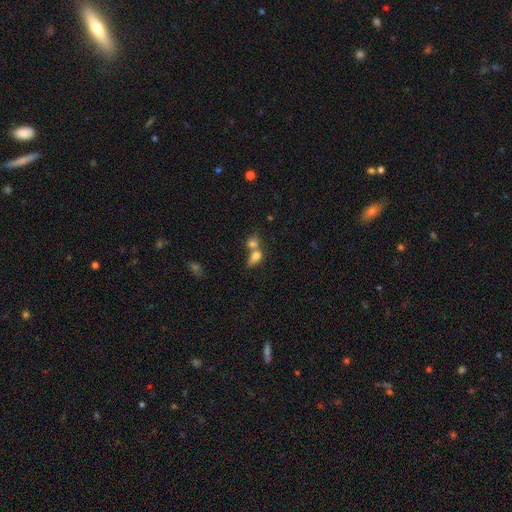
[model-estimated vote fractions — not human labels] smooth-or-featured: smooth: 74% | featured or disk: 16% | star or artifact: 10%
  how-rounded: in between: 65% | round: 29% | cigar-shaped: 6%
  merging: merger: 63% | none: 24% | minor disturbance: 8% | major disturbance: 5%